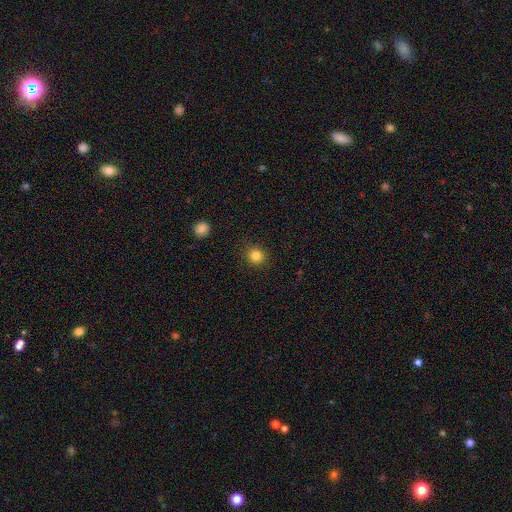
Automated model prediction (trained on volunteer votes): smooth_or_featured: smooth (p=0.83) [alt: star or artifact p=0.12]
how_rounded: round (p=0.91) [alt: in between p=0.08]
merging: none (p=0.90) [alt: minor disturbance p=0.06]